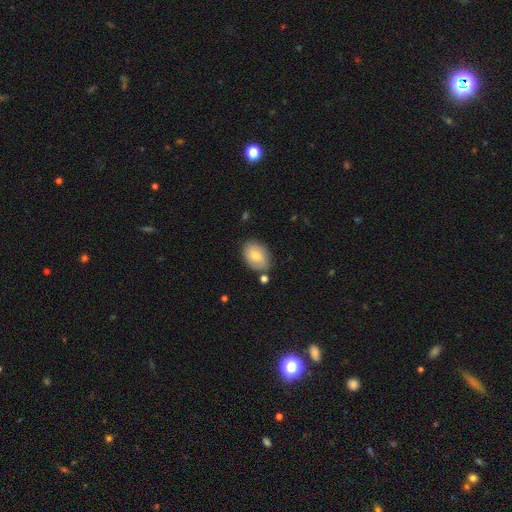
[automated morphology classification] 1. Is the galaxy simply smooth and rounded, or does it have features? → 66% smooth, 28% featured or disk, 7% star or artifact.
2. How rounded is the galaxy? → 81% in between, 17% round, 1% cigar-shaped.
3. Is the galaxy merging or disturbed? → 75% none, 16% minor disturbance, 5% merger, 4% major disturbance.